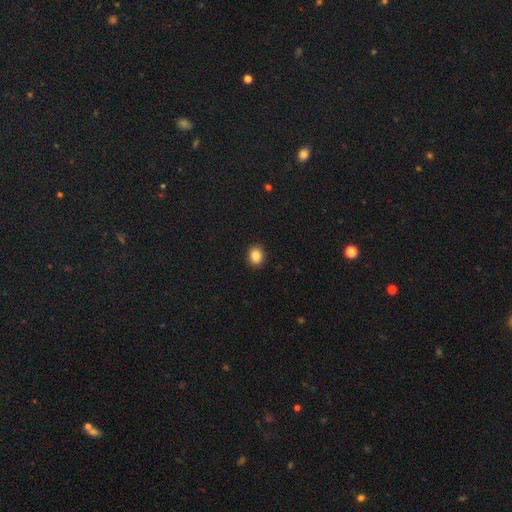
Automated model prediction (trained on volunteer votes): A smooth galaxy with no disk features (87%) that is round (56%).

Vote fractions:
- Smooth or featured? smooth: 87% / star or artifact: 9% / featured or disk: 4%
- How rounded? round: 56% / in between: 43% / cigar-shaped: 1%
- Merging? none: 91% / minor disturbance: 7% / major disturbance: 2% / merger: 1%